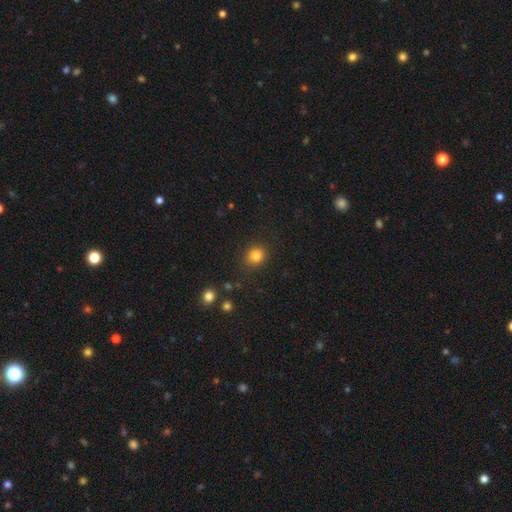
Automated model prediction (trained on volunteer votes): smooth 83%, star or artifact 12%, featured or disk 6%. Down the decision tree: how rounded — round (77%); merging — none (86%).